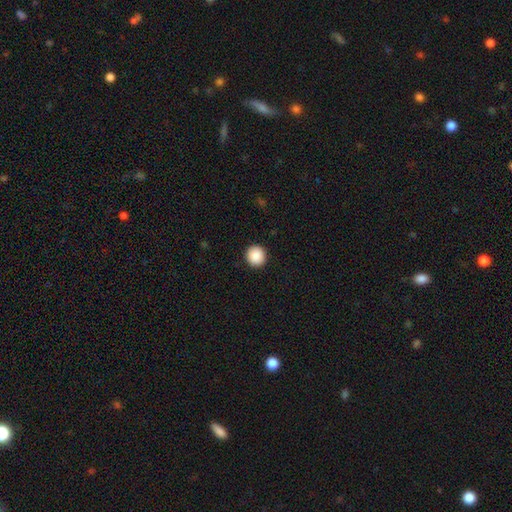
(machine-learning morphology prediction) smooth 90%, star or artifact 8%, featured or disk 2%. Down the decision tree: how rounded — round (94%); merging — none (93%).